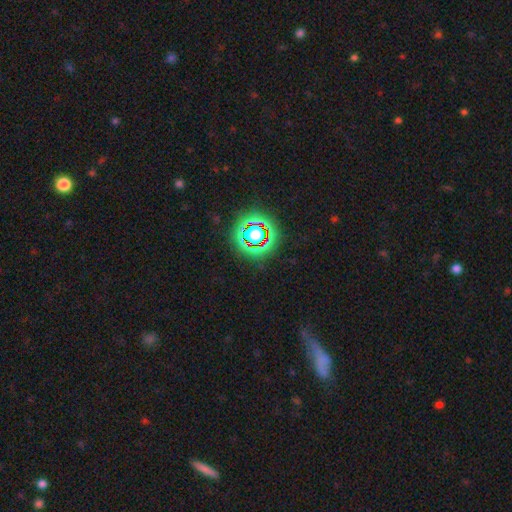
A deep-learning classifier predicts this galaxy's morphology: Smooth or featured?
  - star or artifact: 73% *
  - smooth: 17%
  - featured or disk: 10%